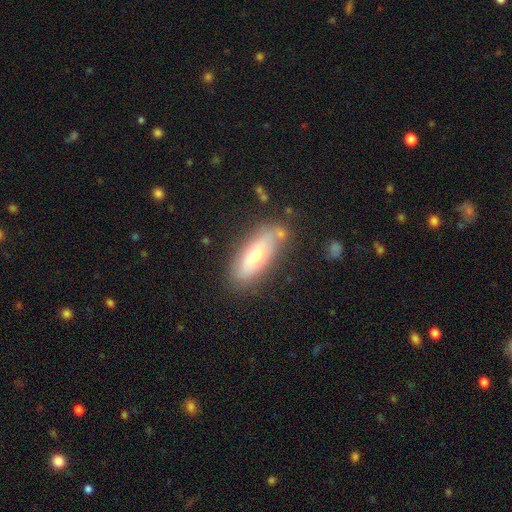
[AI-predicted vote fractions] Q: Smooth or featured?
A: smooth (50%); runner-up: featured or disk (41%)
Q: Merging?
A: none (74%); runner-up: minor disturbance (17%)